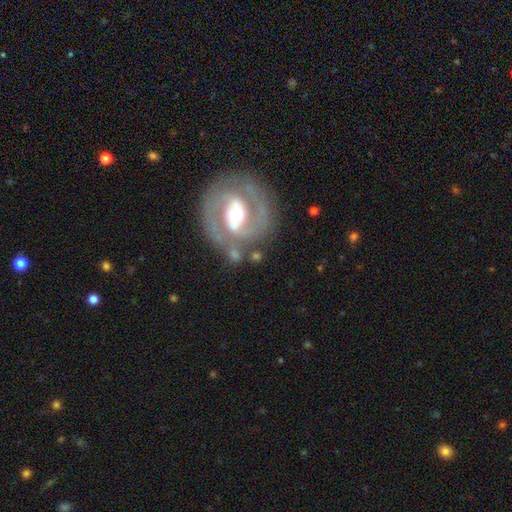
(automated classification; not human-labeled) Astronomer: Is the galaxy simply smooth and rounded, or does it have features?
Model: featured or disk — 83%.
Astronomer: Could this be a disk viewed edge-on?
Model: no — 97%.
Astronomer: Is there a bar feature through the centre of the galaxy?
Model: weak — 42% (runner-up: strong, 34%).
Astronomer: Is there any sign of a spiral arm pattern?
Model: yes — 89%.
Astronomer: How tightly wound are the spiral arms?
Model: medium — 45% (runner-up: tight, 43%).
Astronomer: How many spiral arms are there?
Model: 2 — 86%.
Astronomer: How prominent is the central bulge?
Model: moderate — 69%.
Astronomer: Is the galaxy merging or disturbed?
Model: none — 74%.